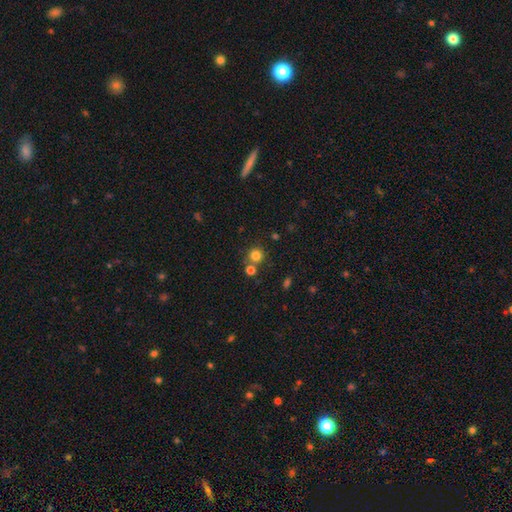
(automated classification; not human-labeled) A smooth galaxy with no disk features (80%) that is round (92%).

Vote fractions:
- Smooth or featured? smooth: 80% / star or artifact: 14% / featured or disk: 6%
- How rounded? round: 92% / in between: 7% / cigar-shaped: 1%
- Merging? none: 70% / merger: 19% / minor disturbance: 8% / major disturbance: 3%